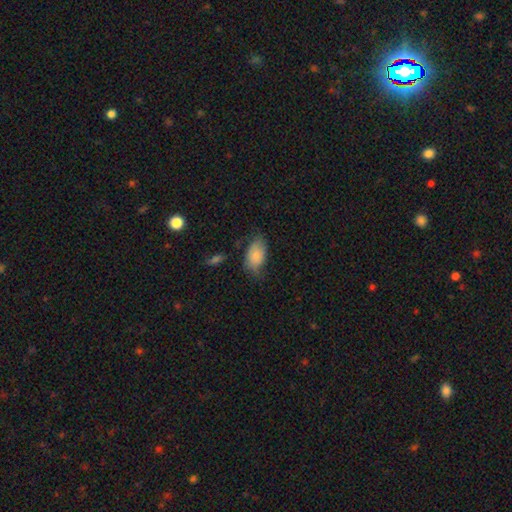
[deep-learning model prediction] Q: Smooth or featured?
A: smooth (82%); runner-up: featured or disk (11%)
Q: How rounded?
A: in between (93%); runner-up: round (6%)
Q: Merging?
A: none (56%); runner-up: minor disturbance (32%)